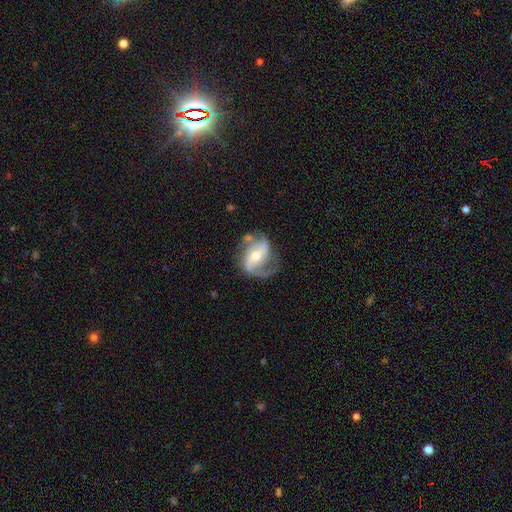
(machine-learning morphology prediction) A featured or disk galaxy (86%) with a weak bar (41%), 2 (74%) medium (46%) spiral arms (96%) and a moderate central bulge (57%). Merging: none (60%).